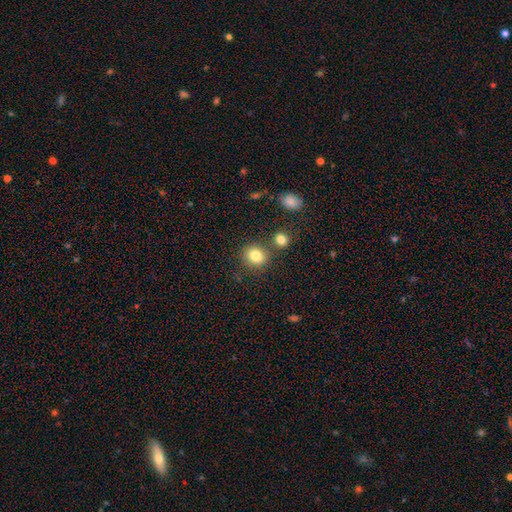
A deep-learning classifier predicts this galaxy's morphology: A smooth galaxy with no disk features (83%) that is round (70%).

Vote fractions:
- Smooth or featured? smooth: 83% / star or artifact: 11% / featured or disk: 7%
- How rounded? round: 70% / in between: 29% / cigar-shaped: 1%
- Merging? none: 76% / minor disturbance: 11% / merger: 10% / major disturbance: 3%